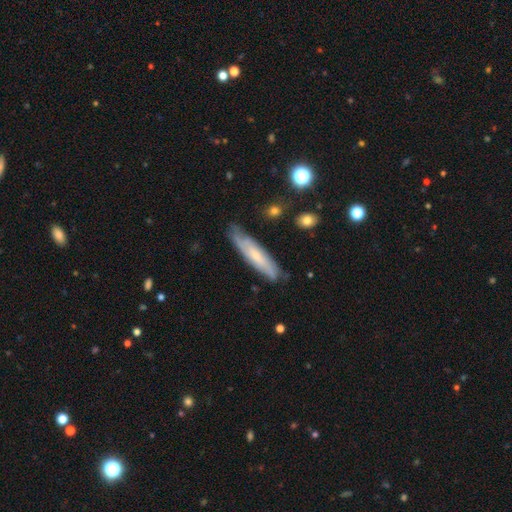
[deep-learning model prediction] smooth-or-featured: featured or disk: 50% | smooth: 43% | star or artifact: 7%
  merging: none: 76% | minor disturbance: 18% | major disturbance: 4% | merger: 2%